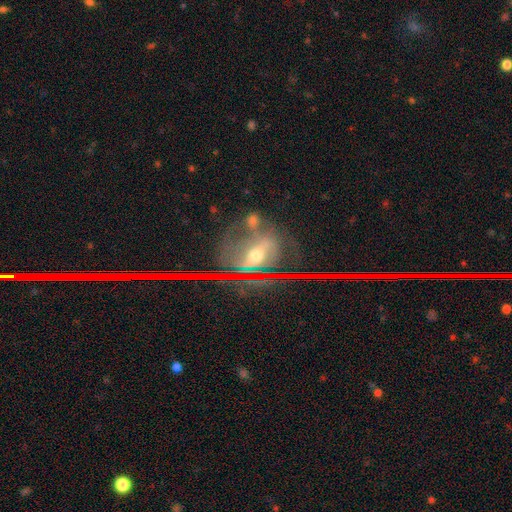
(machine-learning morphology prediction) Smooth or featured? Predicted: featured or disk (p=0.56). Edge-on disk? Predicted: no (p=0.86). Merging? Predicted: none (p=0.50).